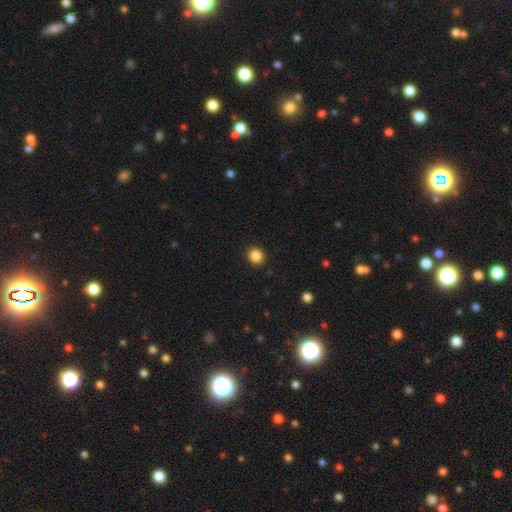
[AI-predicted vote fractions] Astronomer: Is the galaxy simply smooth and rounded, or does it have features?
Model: smooth — 87%.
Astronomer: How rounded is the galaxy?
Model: round — 80%.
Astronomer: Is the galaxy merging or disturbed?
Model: none — 91%.